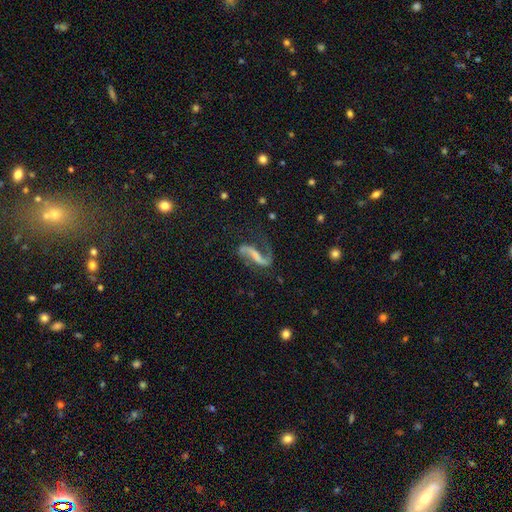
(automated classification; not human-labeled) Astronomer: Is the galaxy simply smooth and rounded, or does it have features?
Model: featured or disk — 83%.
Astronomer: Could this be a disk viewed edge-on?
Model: no — 94%.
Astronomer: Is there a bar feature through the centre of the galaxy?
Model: strong — 49% (runner-up: weak, 28%).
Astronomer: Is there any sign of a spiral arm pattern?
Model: yes — 94%.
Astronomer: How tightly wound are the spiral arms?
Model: loose — 75%.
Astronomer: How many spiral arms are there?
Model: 2 — 83%.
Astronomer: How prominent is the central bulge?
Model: none — 55%.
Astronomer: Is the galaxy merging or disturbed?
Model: none — 57%.